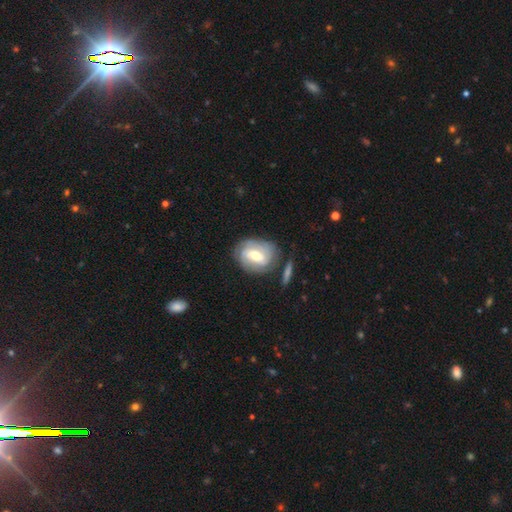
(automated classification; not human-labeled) featured or disk 69%, smooth 25%, star or artifact 6%. Down the decision tree: edge-on disk — no (95%); bar — weak (48%); spiral arms — yes (85%); spiral arm count — 2 (41%); spiral winding — tight (57%); bulge size — moderate (62%); merging — none (71%).